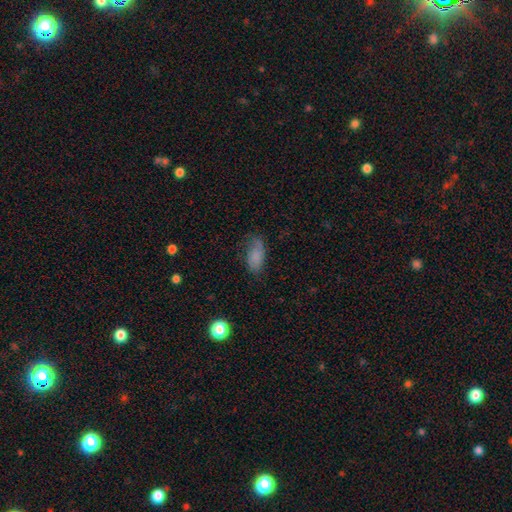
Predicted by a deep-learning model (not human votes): smooth-or-featured: smooth: 77% | featured or disk: 13% | star or artifact: 10%
  how-rounded: in between: 89% | cigar-shaped: 7% | round: 4%
  merging: none: 60% | minor disturbance: 28% | major disturbance: 10% | merger: 2%